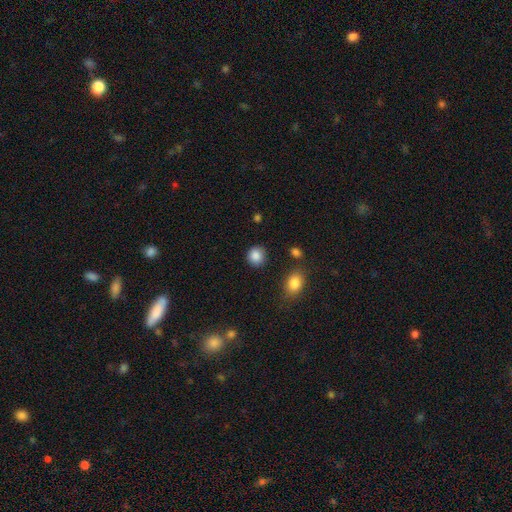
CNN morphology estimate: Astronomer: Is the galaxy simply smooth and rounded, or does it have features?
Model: smooth — 88%.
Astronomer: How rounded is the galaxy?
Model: round — 85%.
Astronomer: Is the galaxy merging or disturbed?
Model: none — 87%.